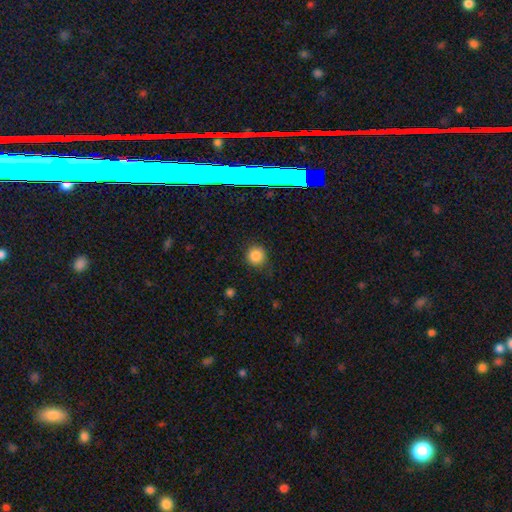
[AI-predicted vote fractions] Smooth or featured: smooth — 83% (star or artifact — 13%)
How rounded: round — 91% (in between — 8%)
Merging: none — 85% (minor disturbance — 11%)